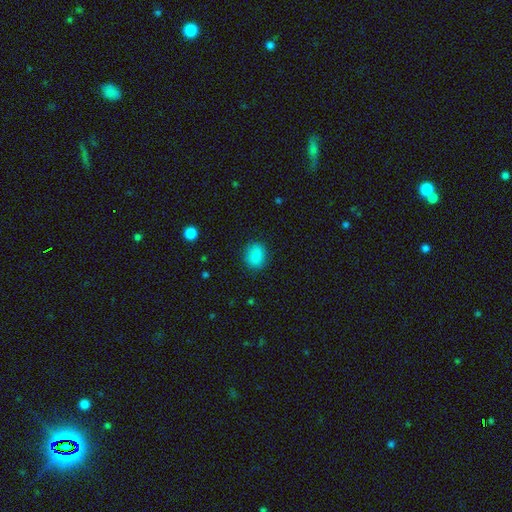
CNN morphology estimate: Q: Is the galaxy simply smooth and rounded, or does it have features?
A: smooth — 86%.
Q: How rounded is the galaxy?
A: round — 56%.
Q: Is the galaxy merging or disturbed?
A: none — 86%.